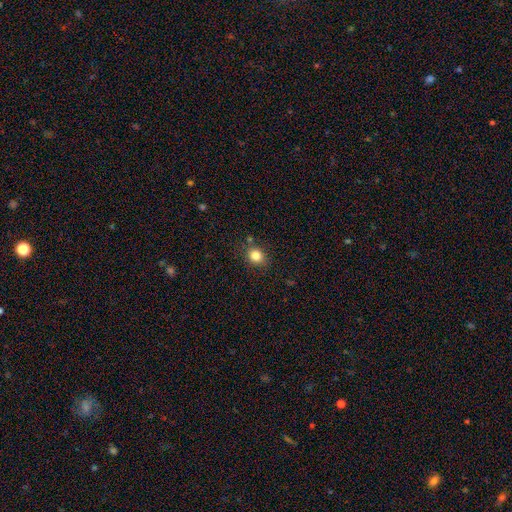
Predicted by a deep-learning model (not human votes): Smooth or featured?
  - smooth: 82% *
  - star or artifact: 11%
  - featured or disk: 6%
How rounded?
  - round: 61% *
  - in between: 38%
  - cigar-shaped: 1%
Merging?
  - none: 81% *
  - minor disturbance: 12%
  - merger: 4%
  - major disturbance: 3%